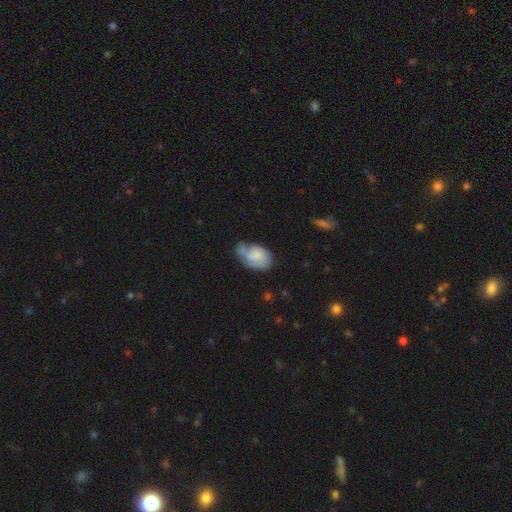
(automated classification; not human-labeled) smooth 58%, featured or disk 35%, star or artifact 7%. Down the decision tree: how rounded — in between (85%); merging — none (30%).